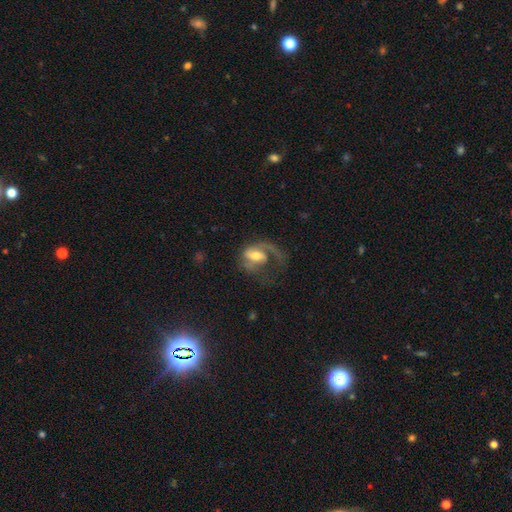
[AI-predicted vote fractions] Overall: featured or disk (71%). Edge-on disk: no (96%). Bar: weak (41%; no 33%). Spiral arms: yes (85%). Spiral arm count: 1 (63%; 2 28%). Spiral winding: loose (44%; medium 40%). Bulge size: moderate (64%). Merging: major disturbance (45%; none 35%).